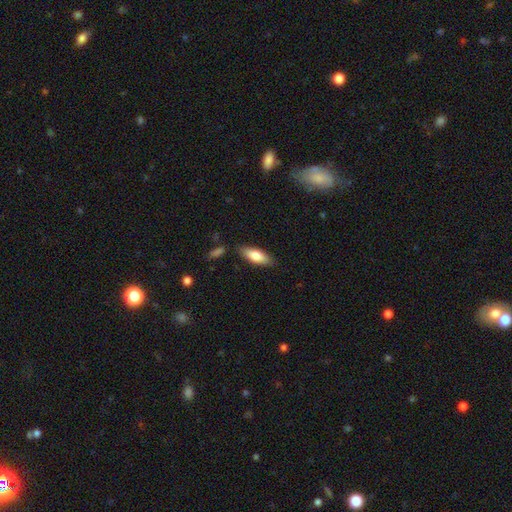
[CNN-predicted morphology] smooth-or-featured: smooth: 75% | featured or disk: 19% | star or artifact: 6%
  how-rounded: in between: 64% | cigar-shaped: 34% | round: 2%
  merging: none: 83% | minor disturbance: 12% | merger: 3% | major disturbance: 2%